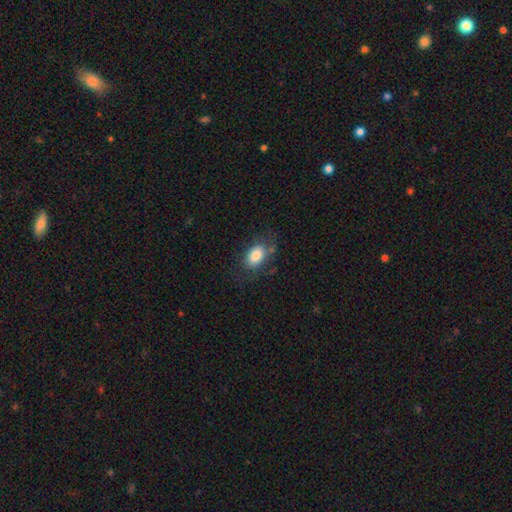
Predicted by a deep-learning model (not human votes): smooth 83%, featured or disk 10%, star or artifact 7%. Down the decision tree: how rounded — in between (89%); merging — none (68%).